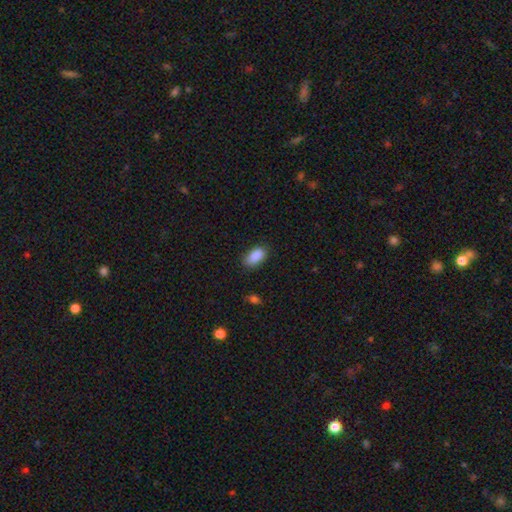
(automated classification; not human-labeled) Smooth or featured? Predicted: smooth (p=0.89). How rounded? Predicted: in between (p=0.91). Merging? Predicted: none (p=0.80).